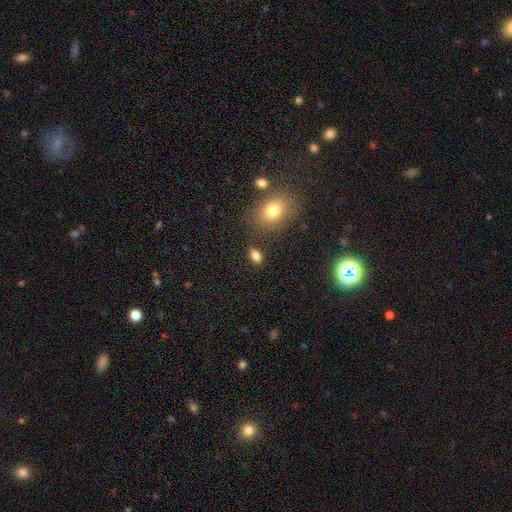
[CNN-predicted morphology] This appears to be a smooth galaxy with no disk features (82%) that is in between round and cigar-shaped (84%). Merging: none (82%).